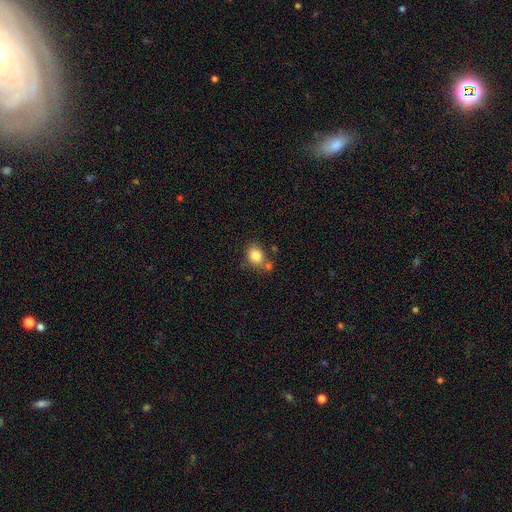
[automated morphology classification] smooth_or_featured: smooth (p=0.83) [alt: star or artifact p=0.09]
how_rounded: in between (p=0.52) [alt: round p=0.47]
merging: none (p=0.61) [alt: merger p=0.18]